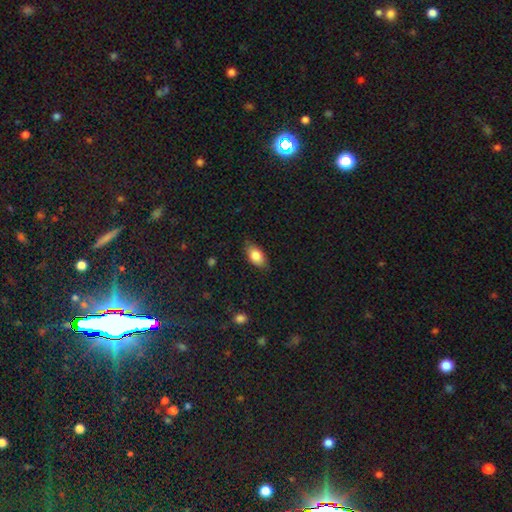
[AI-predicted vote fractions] Smooth or featured: smooth — 82% (featured or disk — 11%)
How rounded: in between — 90% (round — 5%)
Merging: none — 80% (minor disturbance — 16%)